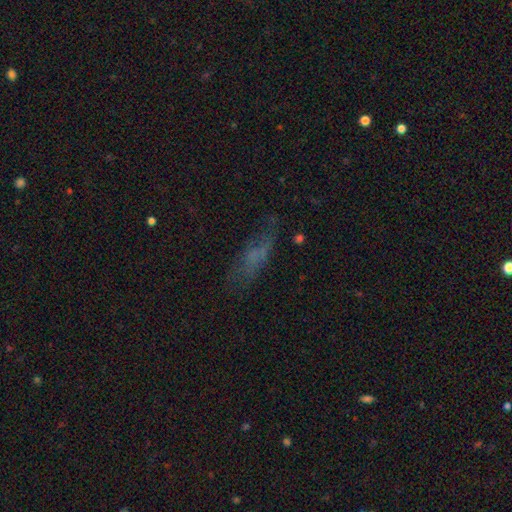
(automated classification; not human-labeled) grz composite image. It shows a smooth galaxy with no disk features (48%). Merging: none (54%).